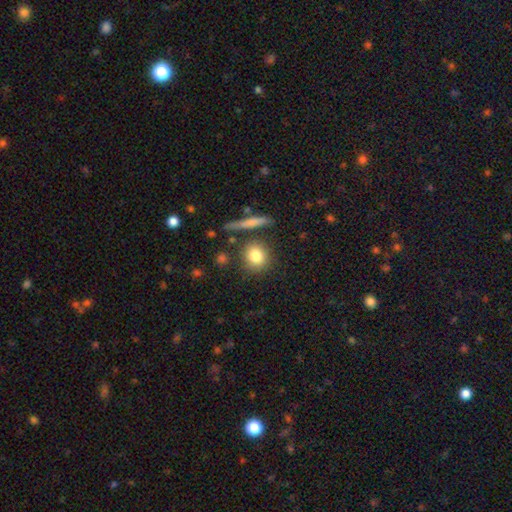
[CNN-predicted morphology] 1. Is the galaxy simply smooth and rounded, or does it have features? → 82% smooth, 9% featured or disk, 9% star or artifact.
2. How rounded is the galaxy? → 80% round, 17% in between, 4% cigar-shaped.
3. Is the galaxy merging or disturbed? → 80% none, 10% minor disturbance, 7% merger, 4% major disturbance.